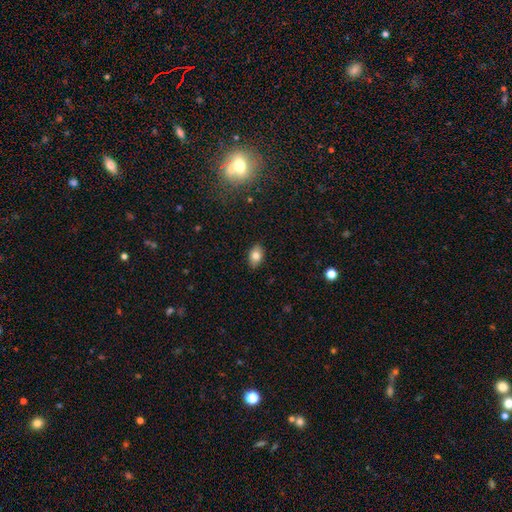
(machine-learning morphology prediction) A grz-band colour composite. It shows a smooth galaxy with no disk features (80%) that is in between round and cigar-shaped (85%). Merging: none (87%).